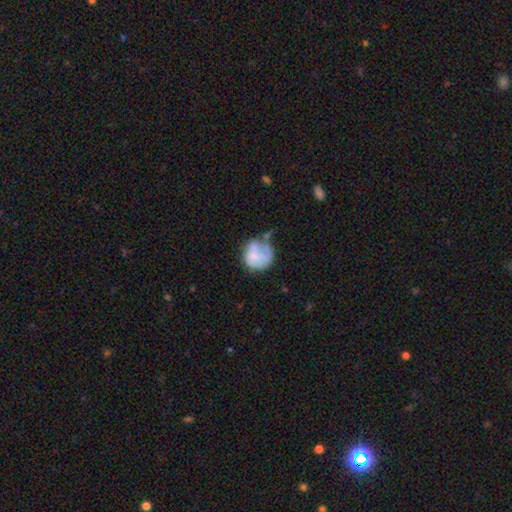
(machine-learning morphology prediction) smooth-or-featured: smooth: 63% | featured or disk: 29% | star or artifact: 8%
  how-rounded: round: 81% | in between: 18% | cigar-shaped: 1%
  merging: none: 36% | minor disturbance: 29% | major disturbance: 23% | merger: 12%